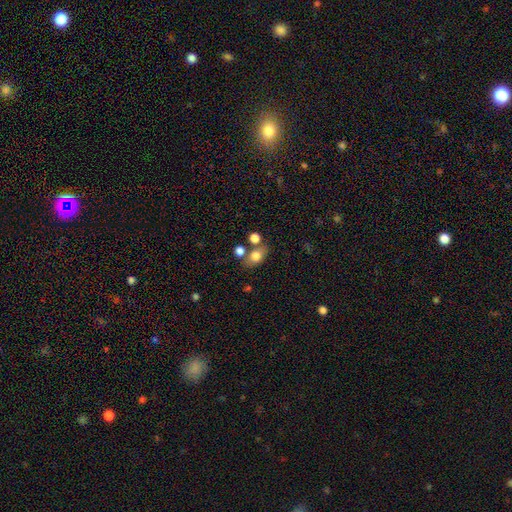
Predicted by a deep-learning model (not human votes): Smooth or featured: smooth — 76% (featured or disk — 13%)
How rounded: in between — 67% (round — 31%)
Merging: none — 61% (merger — 20%)